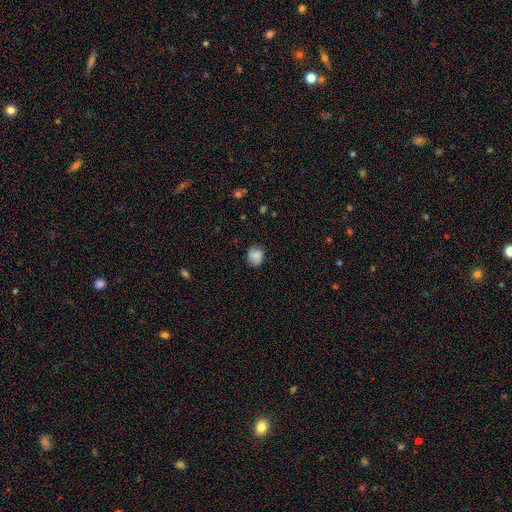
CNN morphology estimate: Q: Smooth or featured?
A: smooth (80%); runner-up: featured or disk (11%)
Q: How rounded?
A: round (70%); runner-up: in between (29%)
Q: Merging?
A: none (77%); runner-up: minor disturbance (18%)